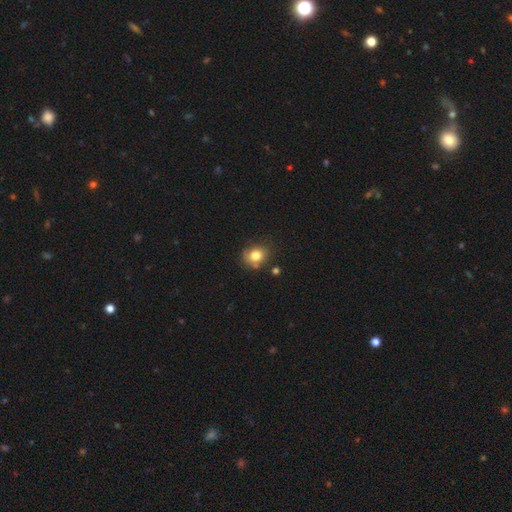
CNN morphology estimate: The model was most divided on "how rounded": round: 61%, in between: 39%, cigar-shaped: 1%. More confident: smooth or featured — smooth (79%); merging — none (68%).